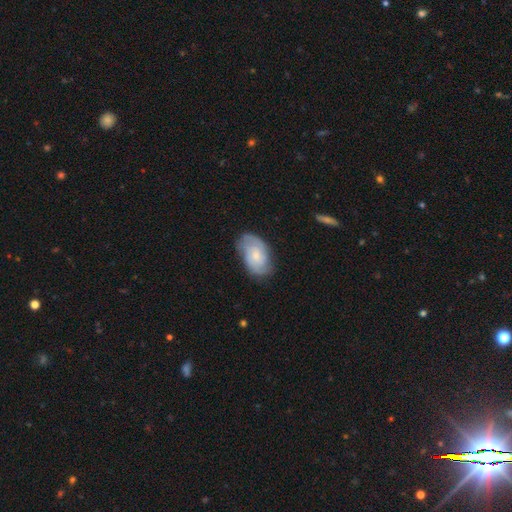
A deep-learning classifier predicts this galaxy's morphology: smooth_or_featured: featured or disk (p=0.59) [alt: smooth p=0.35]
disk_edge_on: no (p=0.96) [alt: yes p=0.04]
bar: no (p=0.70) [alt: weak p=0.27]
has_spiral_arms: yes (p=0.88) [alt: no p=0.12]
spiral_winding: tight (p=0.49) [alt: medium p=0.38]
spiral_arm_count: 2 (p=0.50) [alt: can't tell p=0.30]
bulge_size: small (p=0.61) [alt: moderate p=0.32]
merging: none (p=0.71) [alt: minor disturbance p=0.22]